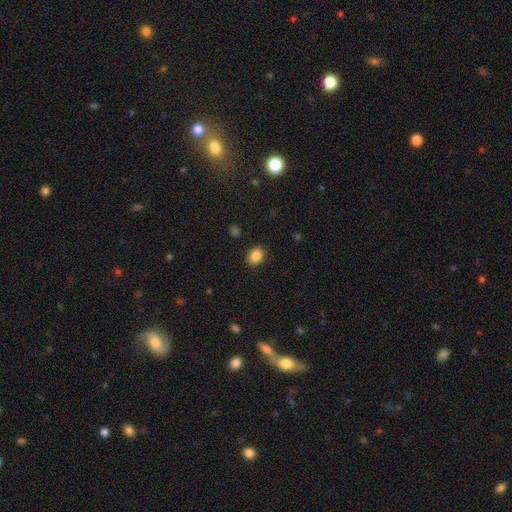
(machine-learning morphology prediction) Smooth or featured?
  - smooth: 87% *
  - star or artifact: 9%
  - featured or disk: 4%
How rounded?
  - in between: 51% *
  - round: 49%
  - cigar-shaped: 1%
Merging?
  - none: 88% *
  - minor disturbance: 8%
  - major disturbance: 3%
  - merger: 1%